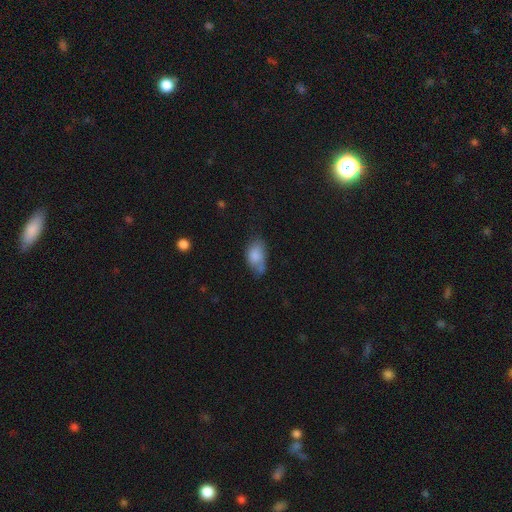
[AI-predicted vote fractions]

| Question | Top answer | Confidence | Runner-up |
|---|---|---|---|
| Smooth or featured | smooth | 78% | featured or disk (14%) |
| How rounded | in between | 90% | round (8%) |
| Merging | none | 38% | minor disturbance (35%) |